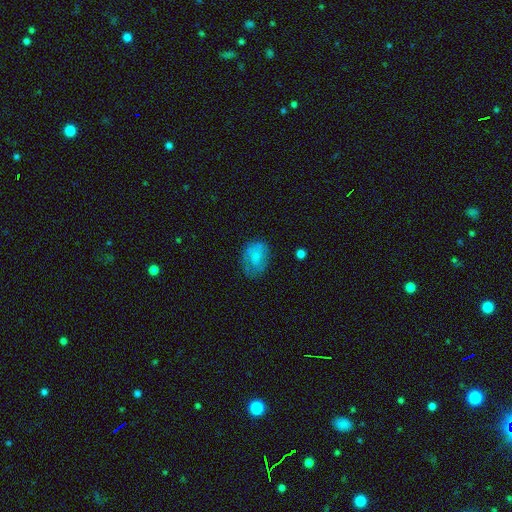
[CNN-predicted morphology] A smooth galaxy with no disk features (68%) that is in between round and cigar-shaped (69%). Merging: none (59%).